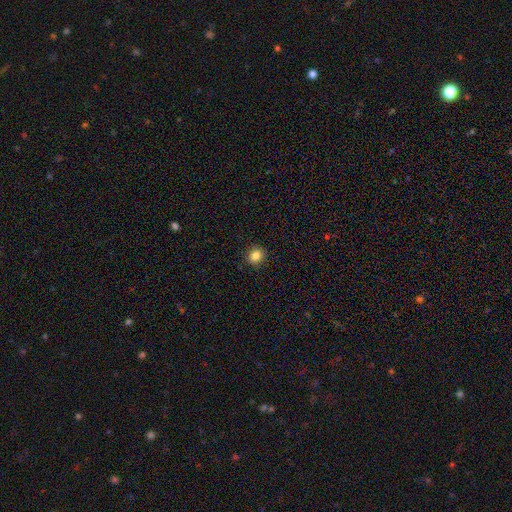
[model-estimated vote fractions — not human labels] A smooth galaxy with no disk features (84%) that is round (78%).

Vote fractions:
- Smooth or featured? smooth: 84% / star or artifact: 11% / featured or disk: 5%
- How rounded? round: 78% / in between: 21% / cigar-shaped: 1%
- Merging? none: 91% / minor disturbance: 6% / major disturbance: 2% / merger: 1%